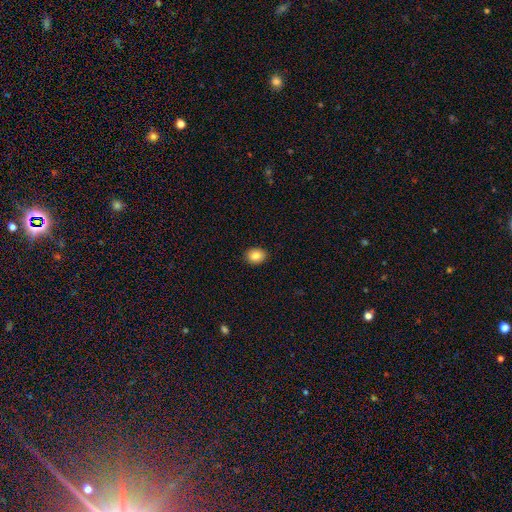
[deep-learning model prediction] Overall: smooth (86%). How rounded: round (52%; in between 47%). Merging: none (91%).